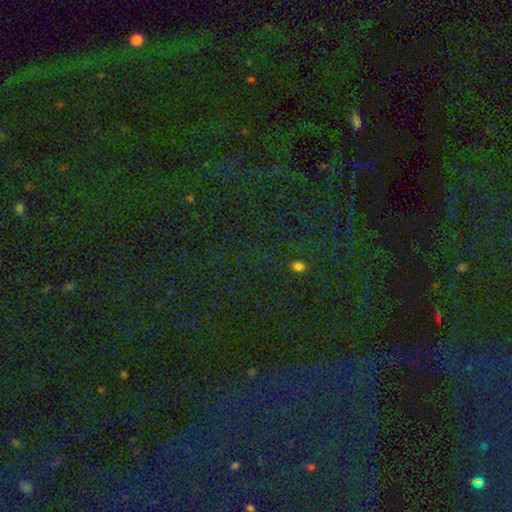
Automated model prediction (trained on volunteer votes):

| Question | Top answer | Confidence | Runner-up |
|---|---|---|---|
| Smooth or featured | star or artifact | 79% | smooth (12%) |